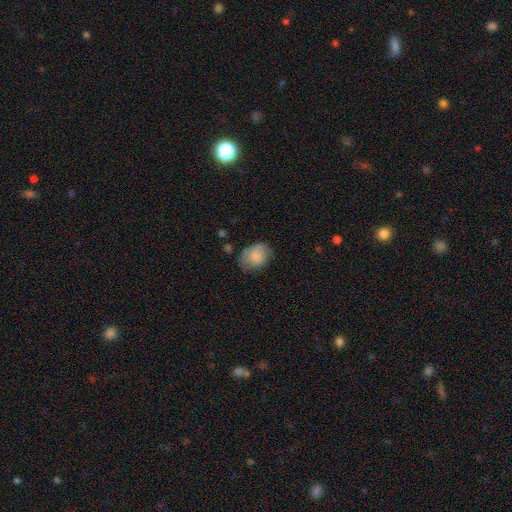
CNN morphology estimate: smooth-or-featured: smooth: 79% | featured or disk: 13% | star or artifact: 8%
  how-rounded: in between: 62% | round: 37% | cigar-shaped: 1%
  merging: none: 56% | minor disturbance: 31% | major disturbance: 12% | merger: 2%